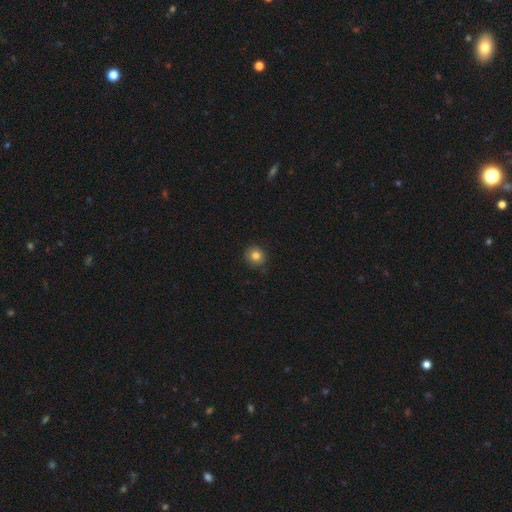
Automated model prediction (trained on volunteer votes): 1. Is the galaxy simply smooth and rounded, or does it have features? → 82% smooth, 11% star or artifact, 7% featured or disk.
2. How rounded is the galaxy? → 90% round, 9% in between, 1% cigar-shaped.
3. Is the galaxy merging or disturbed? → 86% none, 11% minor disturbance, 2% major disturbance, 1% merger.